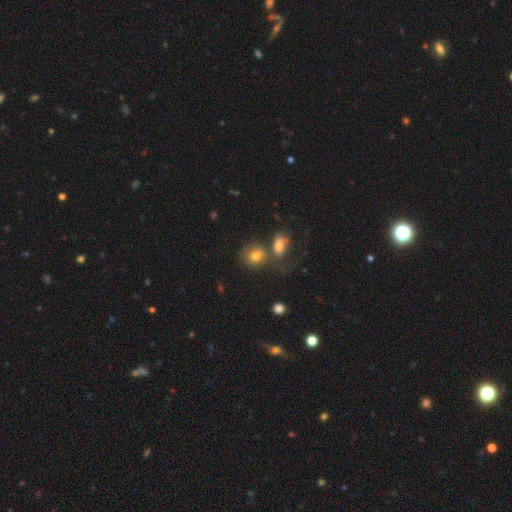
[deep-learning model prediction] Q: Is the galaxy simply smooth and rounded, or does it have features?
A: smooth — 77%.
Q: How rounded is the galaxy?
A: round — 65%.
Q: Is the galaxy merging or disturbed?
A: none — 46%.